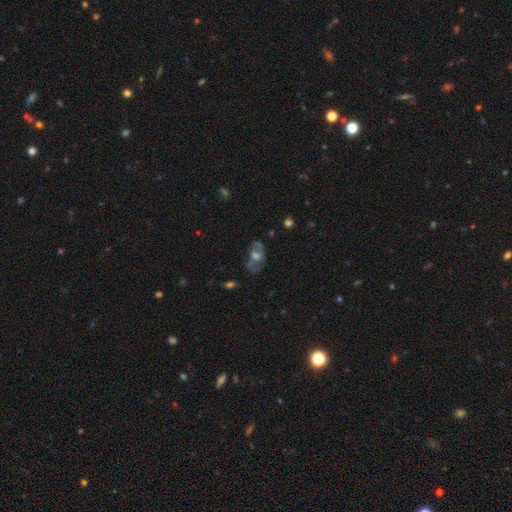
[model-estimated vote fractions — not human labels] Q: Smooth or featured?
A: featured or disk (56%); runner-up: smooth (31%)
Q: Edge-on disk?
A: no (90%); runner-up: yes (10%)
Q: Bar?
A: no (67%); runner-up: weak (25%)
Q: Spiral arms?
A: no (58%); runner-up: yes (42%)
Q: Bulge size?
A: moderate (50%); runner-up: large (25%)
Q: Merging?
A: none (67%); runner-up: minor disturbance (19%)